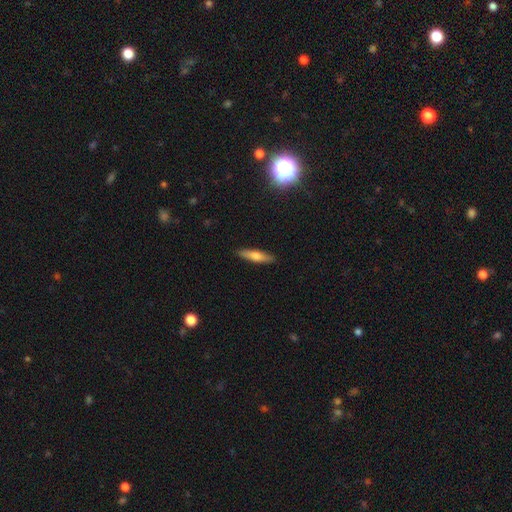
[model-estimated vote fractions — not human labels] Smooth or featured? smooth (59%)
How rounded? cigar-shaped (78%)
Merging? none (90%)